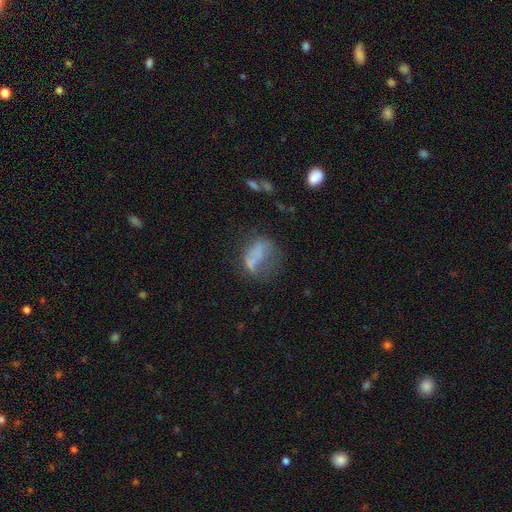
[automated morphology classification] Smooth or featured?
  - smooth: 51% *
  - featured or disk: 35%
  - star or artifact: 14%
How rounded?
  - in between: 72% *
  - round: 24%
  - cigar-shaped: 4%
Merging?
  - major disturbance: 34% *
  - none: 30%
  - minor disturbance: 21%
  - merger: 15%